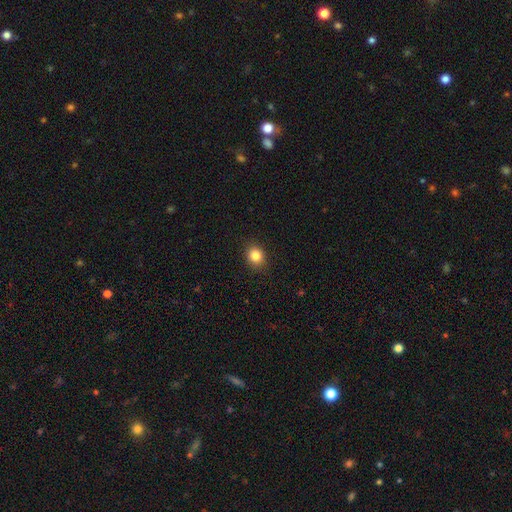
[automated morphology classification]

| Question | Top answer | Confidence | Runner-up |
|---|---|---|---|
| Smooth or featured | smooth | 85% | star or artifact (10%) |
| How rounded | round | 68% | in between (31%) |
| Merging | none | 89% | minor disturbance (8%) |